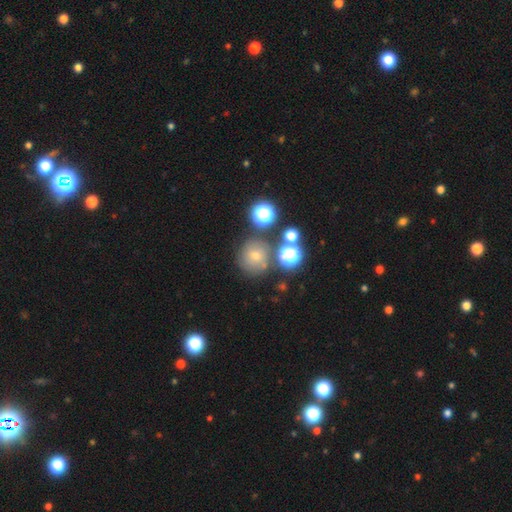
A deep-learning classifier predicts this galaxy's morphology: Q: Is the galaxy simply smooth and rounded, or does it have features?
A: smooth — 45%.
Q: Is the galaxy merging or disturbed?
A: none — 71%.